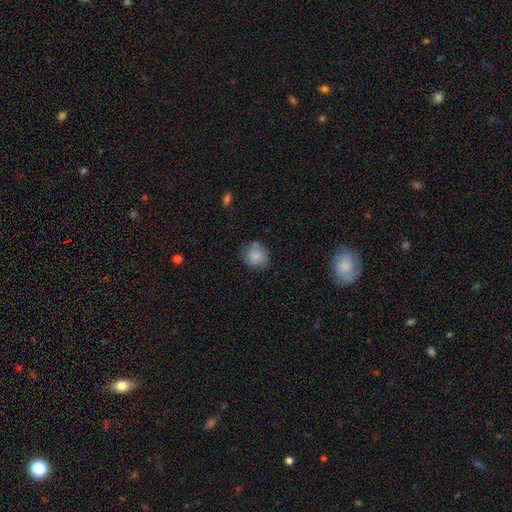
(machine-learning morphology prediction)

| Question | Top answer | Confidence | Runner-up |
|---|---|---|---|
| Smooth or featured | smooth | 81% | featured or disk (11%) |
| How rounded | round | 80% | in between (19%) |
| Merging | none | 67% | minor disturbance (23%) |